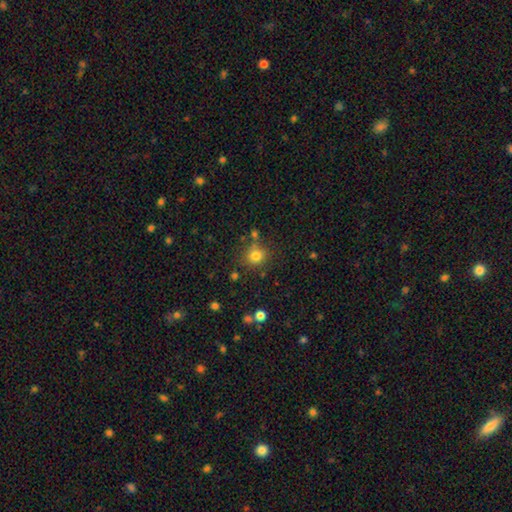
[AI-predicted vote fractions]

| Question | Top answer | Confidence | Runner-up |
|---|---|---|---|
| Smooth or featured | smooth | 79% | star or artifact (14%) |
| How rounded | round | 86% | in between (13%) |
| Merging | none | 77% | minor disturbance (11%) |